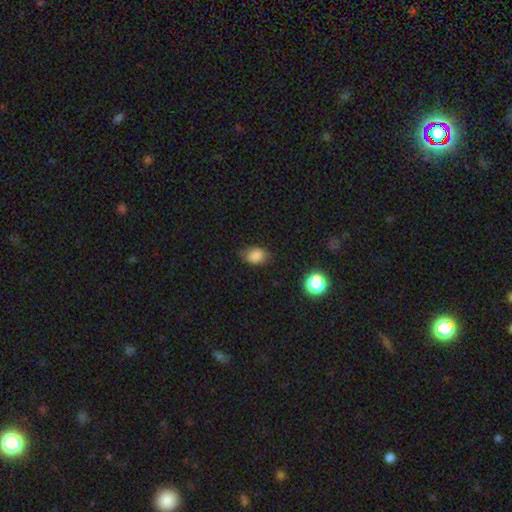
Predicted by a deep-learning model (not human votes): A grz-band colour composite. It shows a smooth galaxy with no disk features (84%) that is in between round and cigar-shaped (71%). Merging: none (68%).